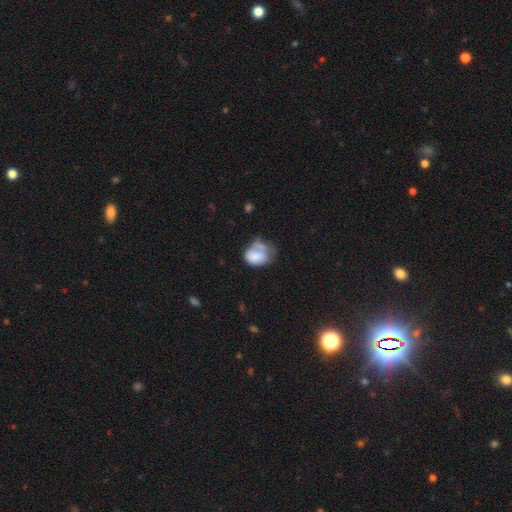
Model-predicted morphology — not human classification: A smooth galaxy with no disk features (70%) that is in between round and cigar-shaped (61%).

Vote fractions:
- Smooth or featured? smooth: 70% / featured or disk: 21% / star or artifact: 9%
- How rounded? in between: 61% / round: 38% / cigar-shaped: 1%
- Merging? major disturbance: 30% / minor disturbance: 29% / none: 25% / merger: 17%